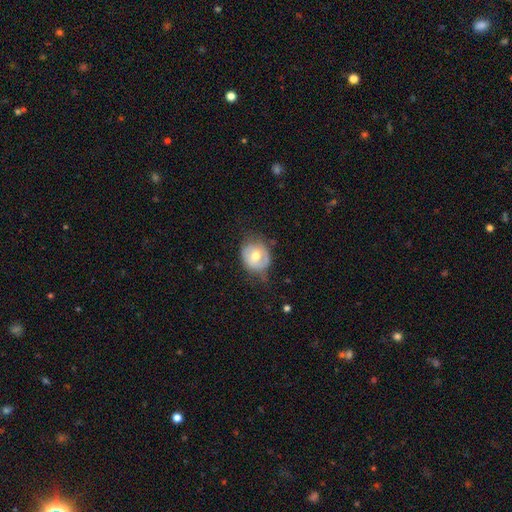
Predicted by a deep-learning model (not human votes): Smooth or featured? Predicted: smooth (p=0.53). How rounded? Predicted: round (p=0.69). Merging? Predicted: none (p=0.58).